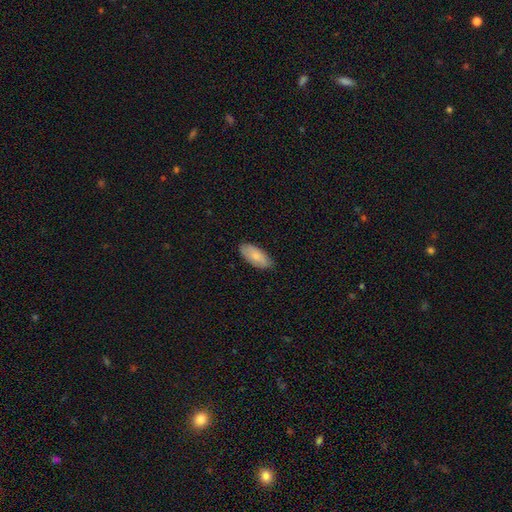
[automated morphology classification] A smooth galaxy with no disk features (80%) that is in between round and cigar-shaped (89%). Merging: none (83%).